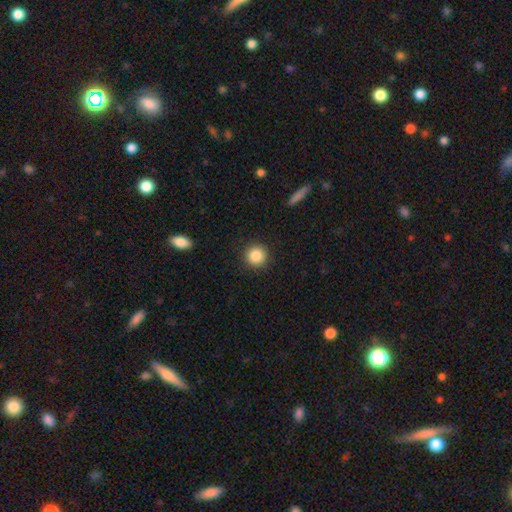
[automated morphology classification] The model was most divided on "smooth or featured": smooth: 86%, star or artifact: 9%, featured or disk: 5%. More confident: how rounded — round (94%); merging — none (91%).